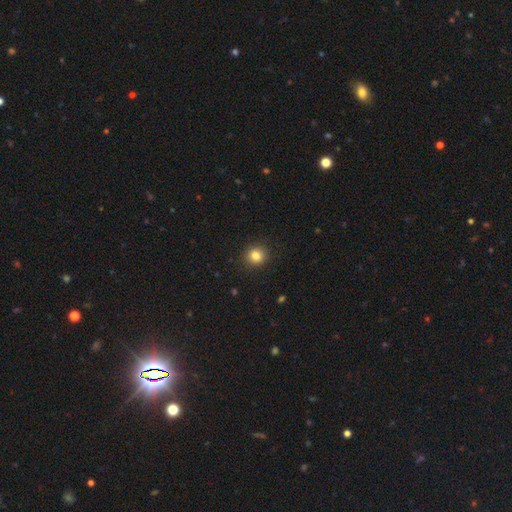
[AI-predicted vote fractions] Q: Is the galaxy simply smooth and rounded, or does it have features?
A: smooth — 83%.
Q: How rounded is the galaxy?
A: round — 88%.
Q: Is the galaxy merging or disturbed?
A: none — 91%.